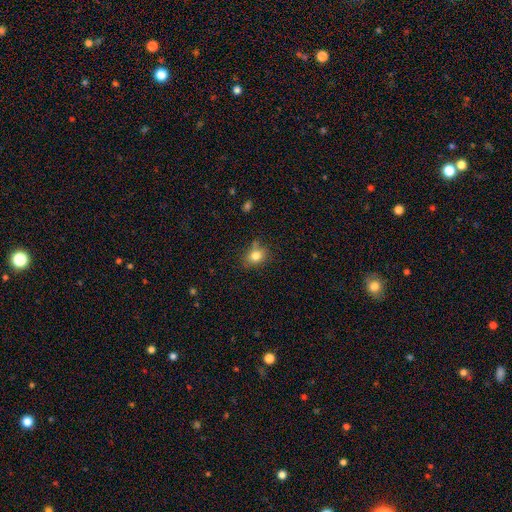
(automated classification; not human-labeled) Overall: smooth (80%). How rounded: in between (51%; round 48%). Merging: none (65%).